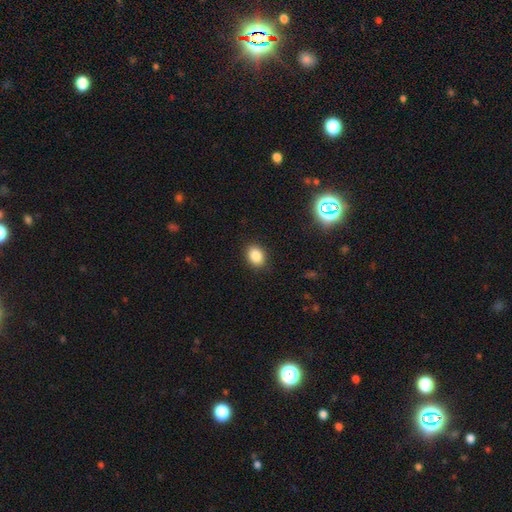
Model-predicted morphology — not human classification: smooth-or-featured: smooth: 86% | star or artifact: 10% | featured or disk: 4%
  how-rounded: in between: 62% | round: 37% | cigar-shaped: 1%
  merging: none: 89% | minor disturbance: 8% | major disturbance: 2% | merger: 1%